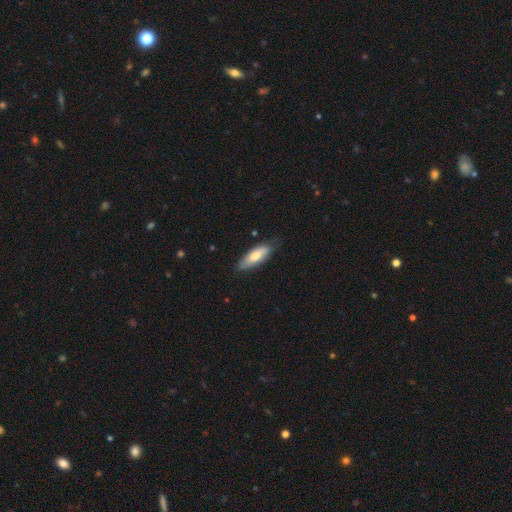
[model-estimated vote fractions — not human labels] A smooth galaxy with no disk features (73%) that is in between round and cigar-shaped (60%). Merging: none (74%).